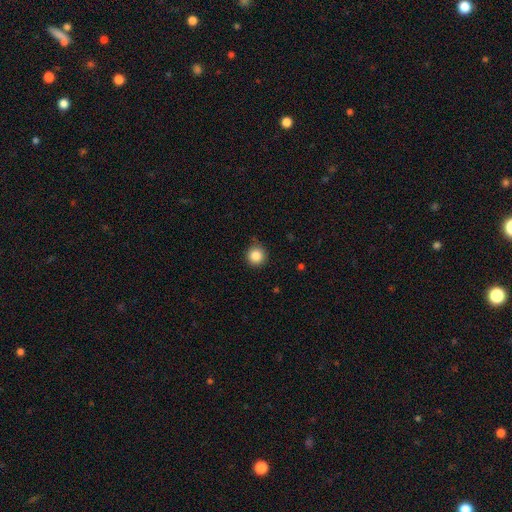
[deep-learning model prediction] The model was most divided on "merging": none: 84%, minor disturbance: 12%, major disturbance: 2%, merger: 1%. More confident: how rounded — round (95%); smooth or featured — smooth (86%).